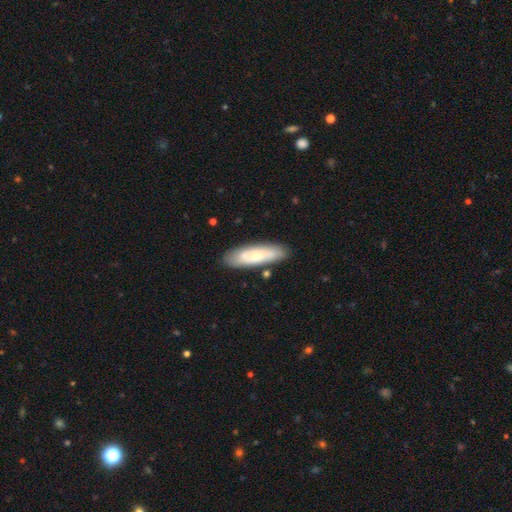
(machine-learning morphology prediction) Overall: smooth (55%; featured or disk 39%). How rounded: cigar-shaped (55%; in between 43%). Merging: none (82%).